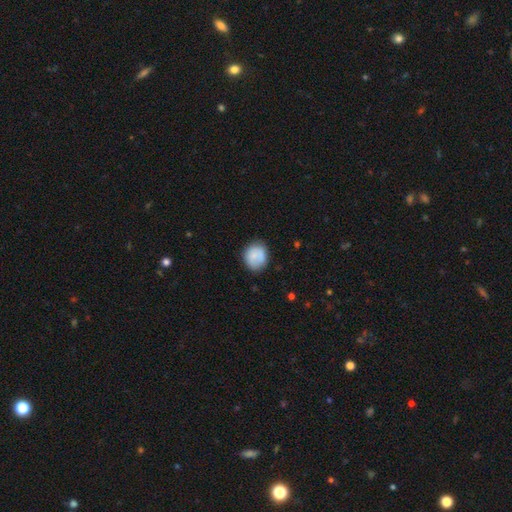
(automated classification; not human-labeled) Overall: smooth (82%). How rounded: round (71%). Merging: none (78%).